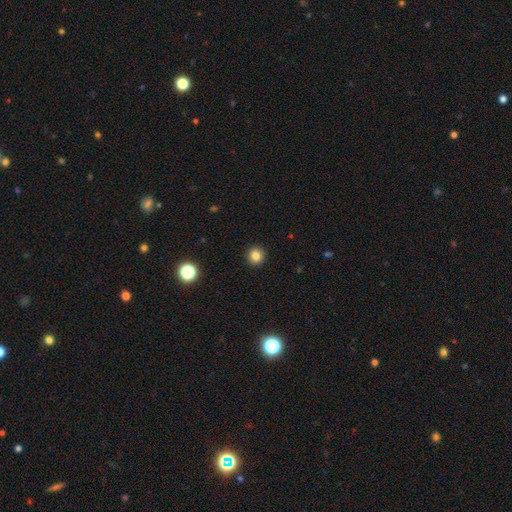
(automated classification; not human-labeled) A smooth galaxy with no disk features (83%) that is round (92%).

Vote fractions:
- Smooth or featured? smooth: 83% / star or artifact: 12% / featured or disk: 5%
- How rounded? round: 92% / in between: 7% / cigar-shaped: 1%
- Merging? none: 93% / minor disturbance: 4% / major disturbance: 2% / merger: 1%